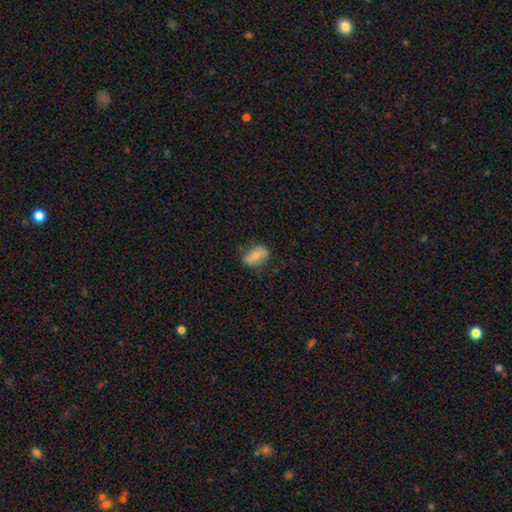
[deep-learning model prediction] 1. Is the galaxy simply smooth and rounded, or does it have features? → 59% smooth, 34% featured or disk, 8% star or artifact.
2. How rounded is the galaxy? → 85% in between, 10% round, 4% cigar-shaped.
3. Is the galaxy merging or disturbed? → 70% none, 23% minor disturbance, 6% major disturbance, 2% merger.